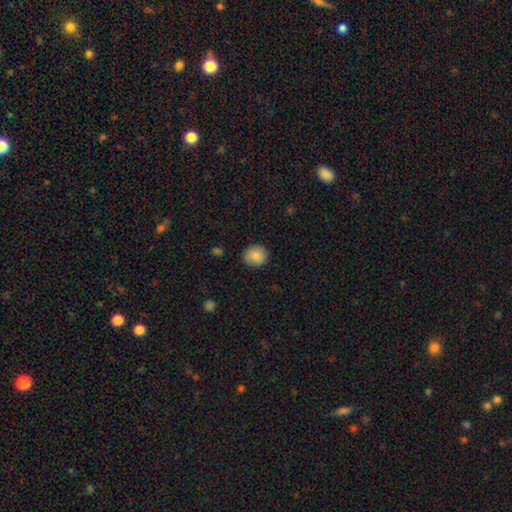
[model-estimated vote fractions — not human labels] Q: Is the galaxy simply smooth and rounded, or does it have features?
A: smooth — 85%.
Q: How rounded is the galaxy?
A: round — 85%.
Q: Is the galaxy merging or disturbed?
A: none — 88%.